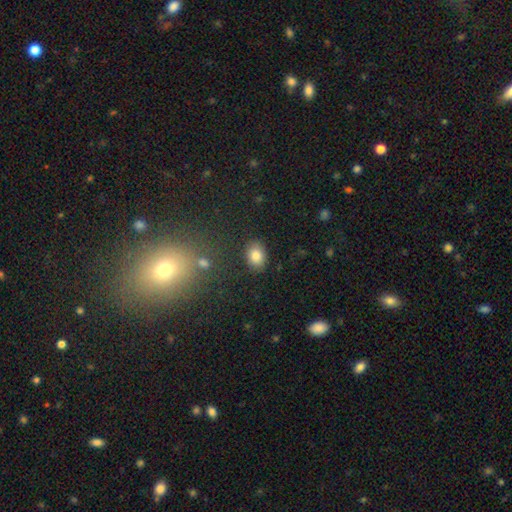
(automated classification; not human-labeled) smooth 84%, star or artifact 10%, featured or disk 7%. Down the decision tree: how rounded — in between (70%); merging — none (83%).